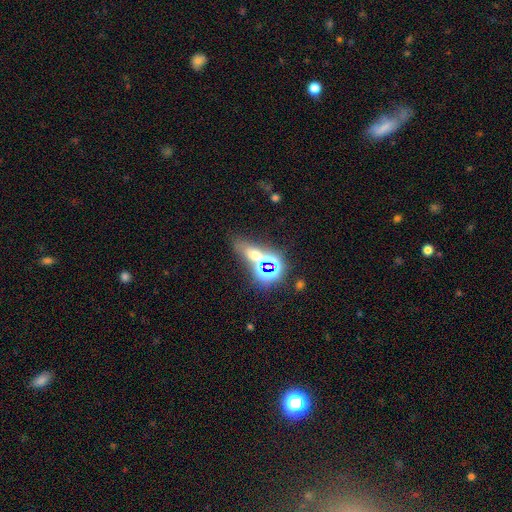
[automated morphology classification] A star or artifact, not a galaxy (44%).

Vote fractions:
- Smooth or featured? star or artifact: 44% / smooth: 42% / featured or disk: 14%